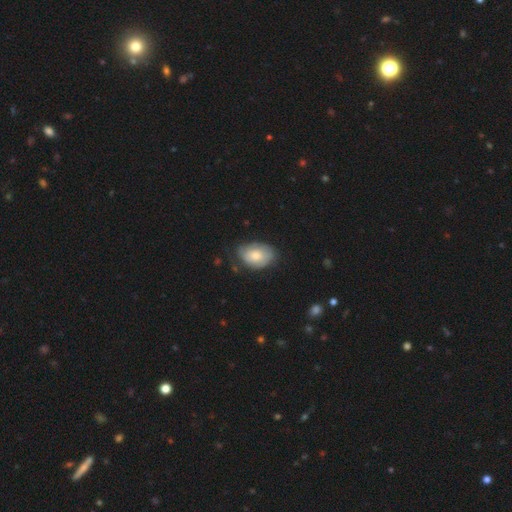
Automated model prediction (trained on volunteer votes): This is likely a smooth galaxy (62%). How rounded: clearly in between (84%). Merging: likely none (63%).